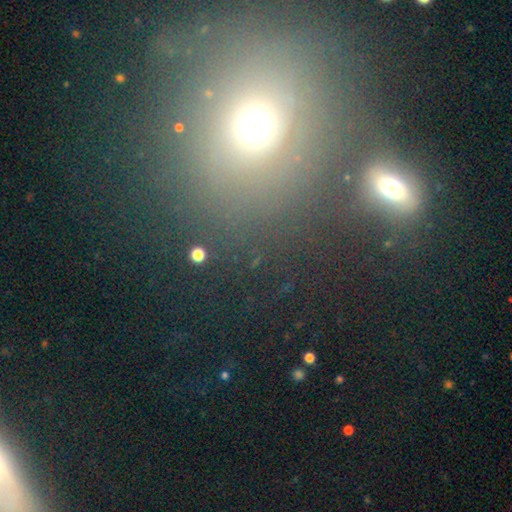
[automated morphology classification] Overall: smooth (47%; star or artifact 38%). Merging: none (70%).